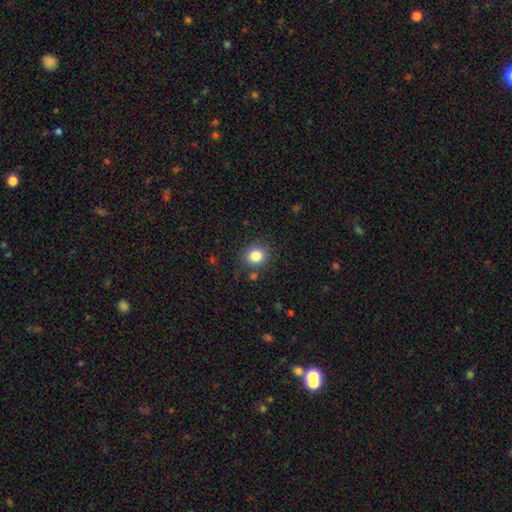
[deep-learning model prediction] Smooth or featured? smooth (83%)
How rounded? round (77%)
Merging? none (84%)